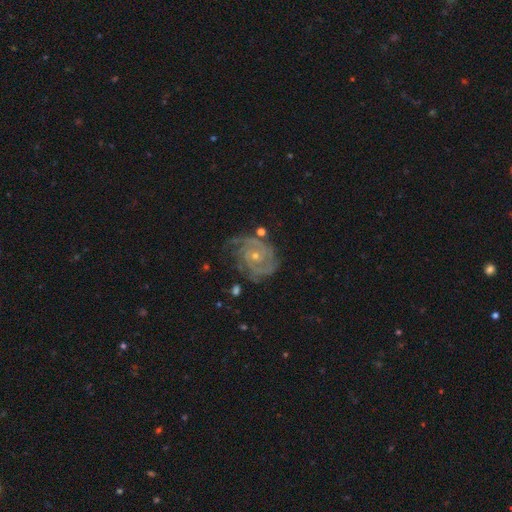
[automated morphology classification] The model was most divided on "spiral arm count": 2: 39%, 3: 28%, can't tell: 14%, 4: 9%, 1: 5%, more than 4: 5%. More confident: edge-on disk — no (98%); spiral arms — yes (98%); smooth or featured — featured or disk (90%); bar — no (72%); spiral winding — tight (69%); bulge size — small (67%); merging — none (65%).